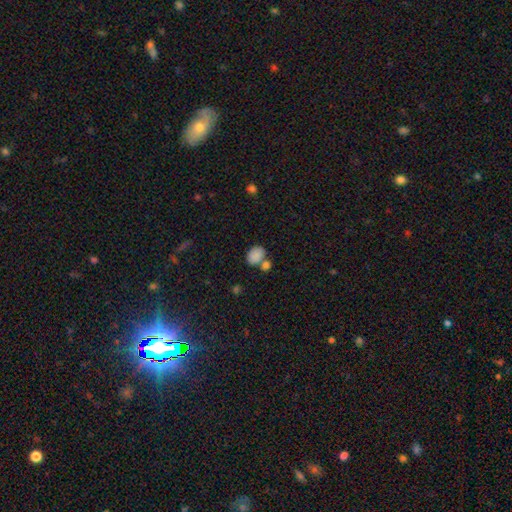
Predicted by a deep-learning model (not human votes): This appears to be a smooth galaxy with no disk features (86%) that is in between round and cigar-shaped (72%). Merging: none (52%).